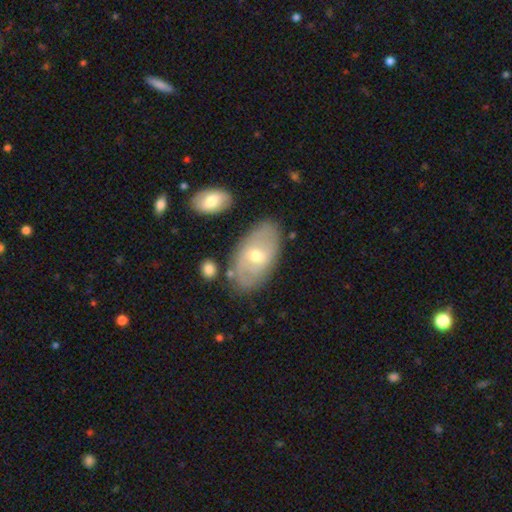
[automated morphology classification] This appears to be a featured or disk galaxy (56%) with no bar (50%), spiral arms (61%) and a moderate central bulge (57%). Merging: none (75%).